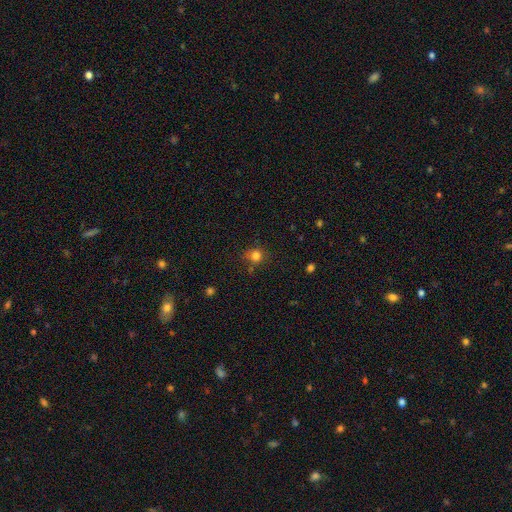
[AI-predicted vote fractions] This is clearly a smooth galaxy (81%). How rounded: clearly round (87%). Merging: likely none (78%).